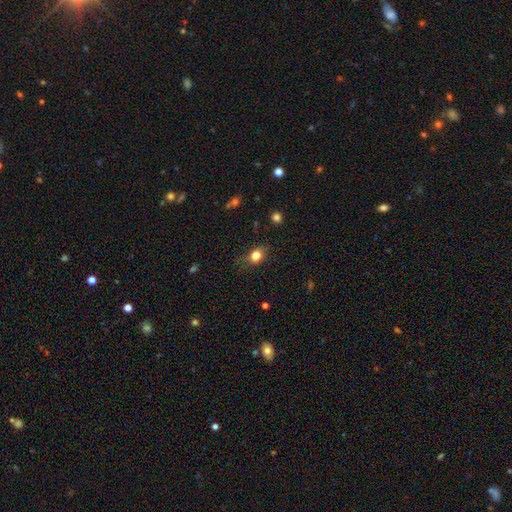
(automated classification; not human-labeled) Overall: smooth (79%). How rounded: in between (49%, tied with round). Merging: none (67%).